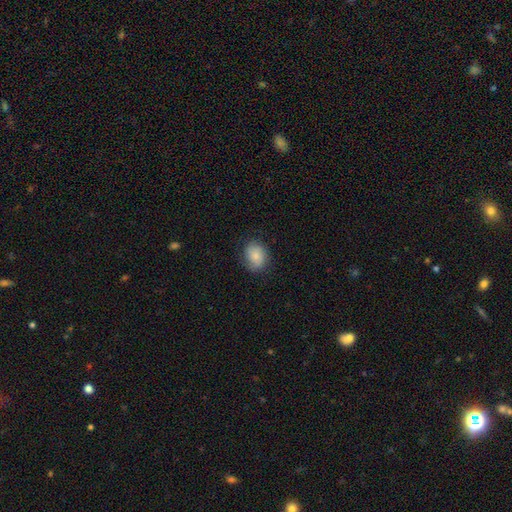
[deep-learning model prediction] Smooth or featured?
  - smooth: 78% *
  - featured or disk: 14%
  - star or artifact: 8%
How rounded?
  - in between: 52% *
  - round: 47%
  - cigar-shaped: 1%
Merging?
  - none: 74% *
  - minor disturbance: 19%
  - major disturbance: 5%
  - merger: 1%